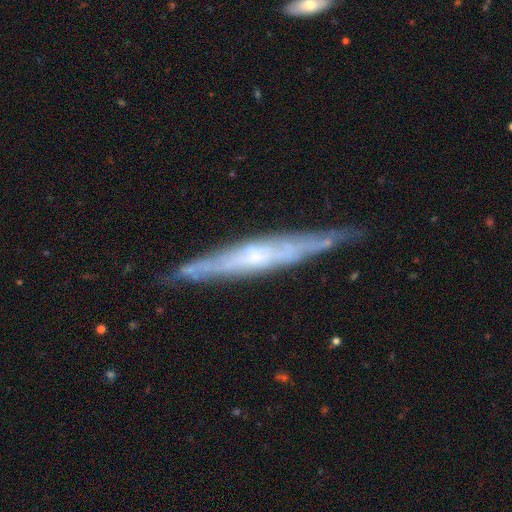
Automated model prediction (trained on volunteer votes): Smooth or featured: featured or disk — 72% (smooth — 22%)
Edge-on disk: yes — 87% (no — 13%)
Edge-on bulge: none — 52% (rounded — 37%)
Merging: none — 78% (minor disturbance — 17%)